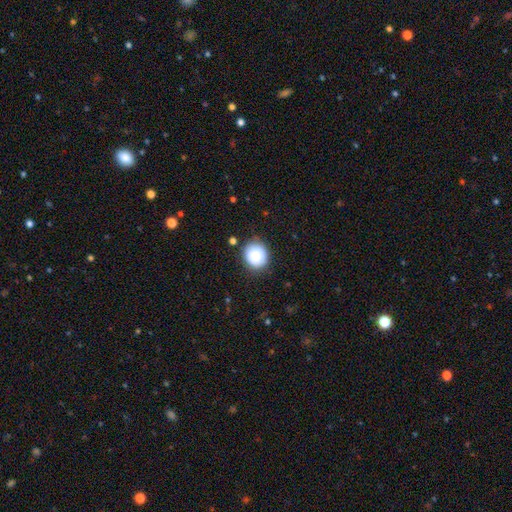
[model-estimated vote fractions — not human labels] This appears to be a smooth galaxy with no disk features (80%) that is round (87%). Merging: none (83%).